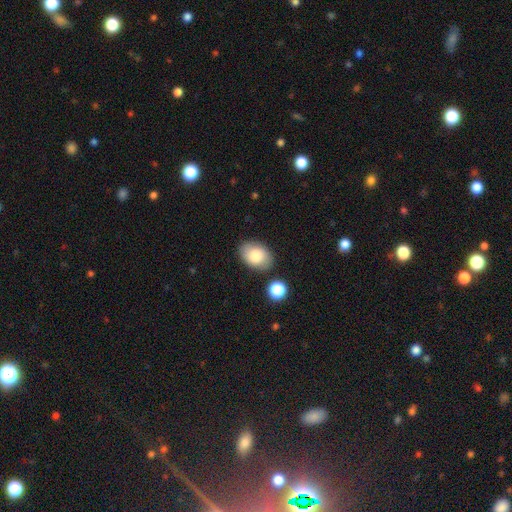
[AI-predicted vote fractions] A smooth galaxy with no disk features (81%) that is in between round and cigar-shaped (83%). Merging: none (79%).